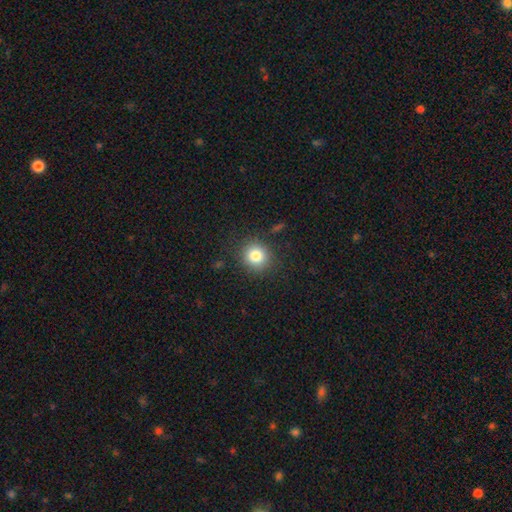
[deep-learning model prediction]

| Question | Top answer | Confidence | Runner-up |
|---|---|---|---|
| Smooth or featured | smooth | 82% | star or artifact (11%) |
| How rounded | round | 88% | in between (11%) |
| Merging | none | 87% | minor disturbance (8%) |